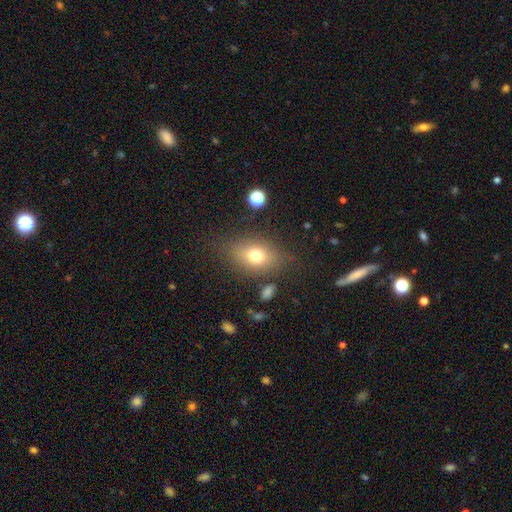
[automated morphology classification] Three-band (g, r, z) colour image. It shows a smooth galaxy with no disk features (72%) that is in between round and cigar-shaped (71%). Merging: none (76%).